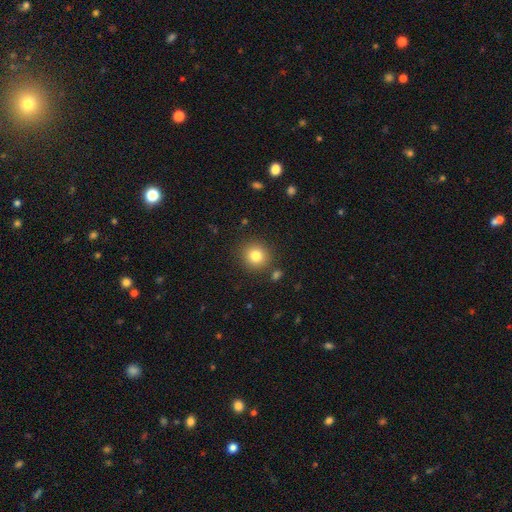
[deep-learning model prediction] Overall: smooth (82%). How rounded: round (90%). Merging: none (86%).